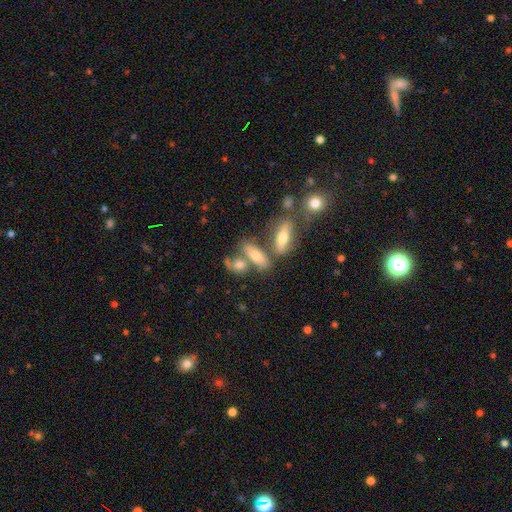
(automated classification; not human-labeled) The model was most divided on "merging": none: 43%, merger: 38%, minor disturbance: 13%, major disturbance: 7%. More confident: how rounded — in between (64%); smooth or featured — smooth (62%).